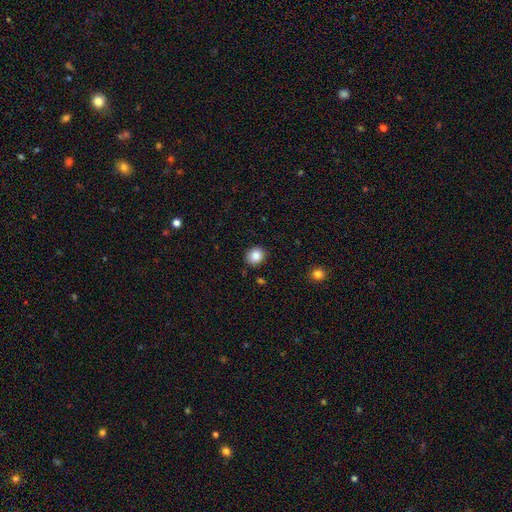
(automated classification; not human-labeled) The model was most divided on "how rounded": round: 69%, in between: 30%, cigar-shaped: 1%. More confident: merging — none (87%); smooth or featured — smooth (86%).